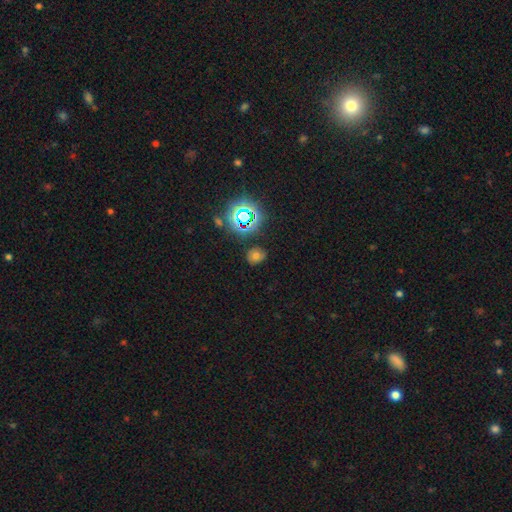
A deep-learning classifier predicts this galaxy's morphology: A smooth galaxy with no disk features (59%) that is round (64%).

Vote fractions:
- Smooth or featured? smooth: 59% / star or artifact: 29% / featured or disk: 12%
- How rounded? round: 64% / in between: 35% / cigar-shaped: 1%
- Merging? none: 79% / minor disturbance: 14% / major disturbance: 4% / merger: 3%